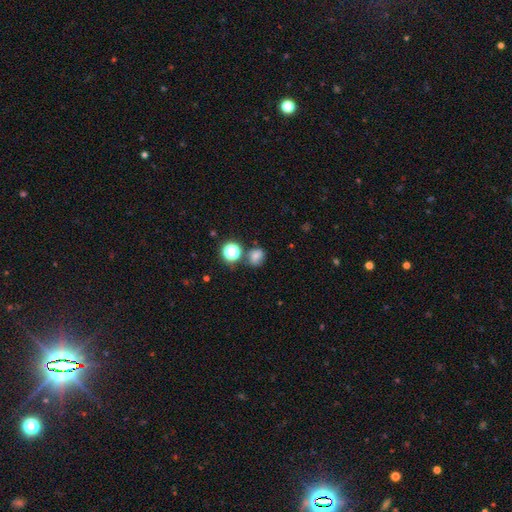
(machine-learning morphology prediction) This is likely a smooth galaxy (69%). How rounded: likely round (68%). Merging: likely none (64%).